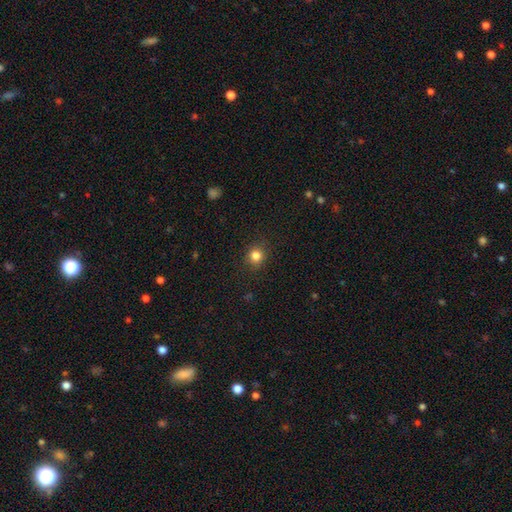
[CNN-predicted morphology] A smooth galaxy with no disk features (82%) that is round (87%). Merging: none (88%).